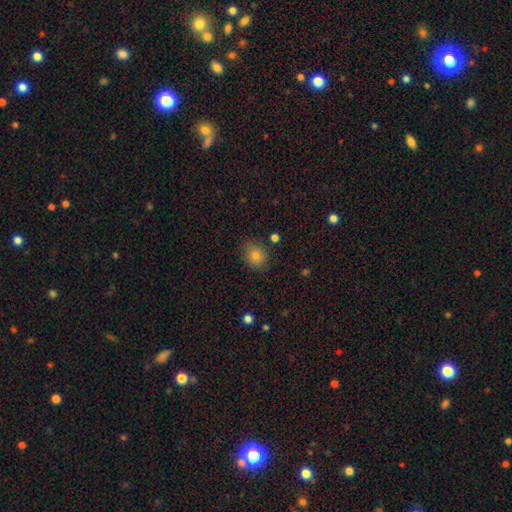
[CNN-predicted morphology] The model was most divided on "how rounded": round: 61%, in between: 38%, cigar-shaped: 1%. More confident: merging — none (80%); smooth or featured — smooth (78%).